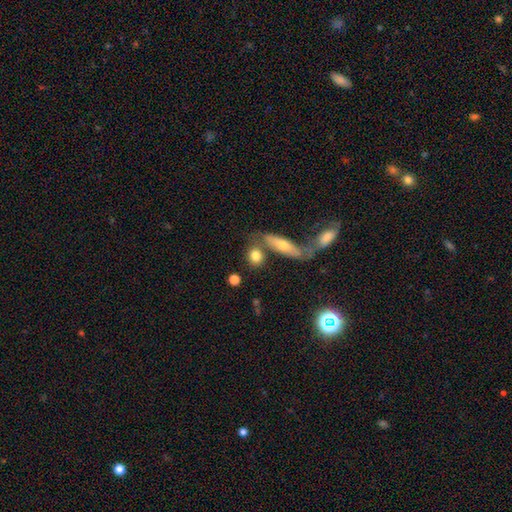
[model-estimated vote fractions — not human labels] This is likely a smooth galaxy (77%). How rounded: possibly round (51%). Merging: possibly none (57%).